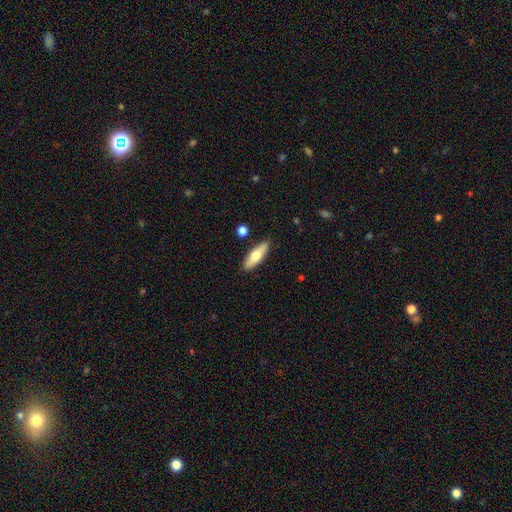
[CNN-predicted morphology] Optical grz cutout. It shows a smooth galaxy with no disk features (62%) that is in between round and cigar-shaped (52%). Merging: none (88%).